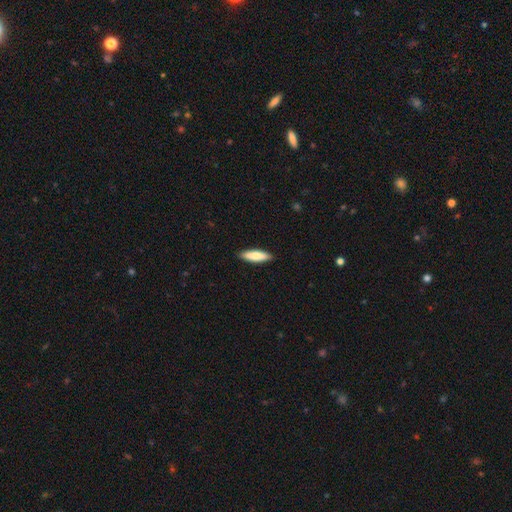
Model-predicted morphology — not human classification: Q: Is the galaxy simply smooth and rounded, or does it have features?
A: smooth — 78%.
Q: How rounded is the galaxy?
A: cigar-shaped — 59%.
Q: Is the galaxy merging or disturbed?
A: none — 90%.